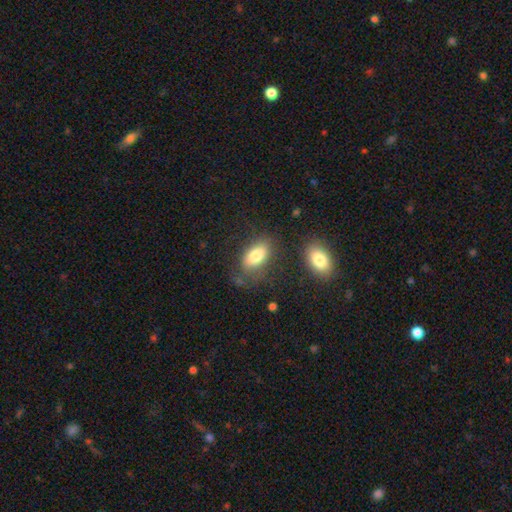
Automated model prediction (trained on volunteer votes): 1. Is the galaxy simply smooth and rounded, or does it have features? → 80% smooth, 12% featured or disk, 8% star or artifact.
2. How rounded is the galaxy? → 91% in between, 6% round, 3% cigar-shaped.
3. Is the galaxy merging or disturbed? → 67% none, 19% minor disturbance, 9% major disturbance, 5% merger.